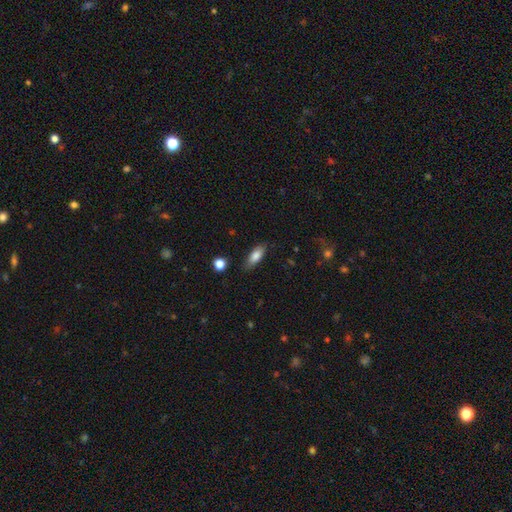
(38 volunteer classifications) smooth-or-featured: smooth: 84% | featured or disk: 16% | star or artifact: 0%
  how-rounded: in between: 75% | cigar-shaped: 19% | round: 6%
  merging: none: 79% | minor disturbance: 13% | major disturbance: 8% | merger: 0%